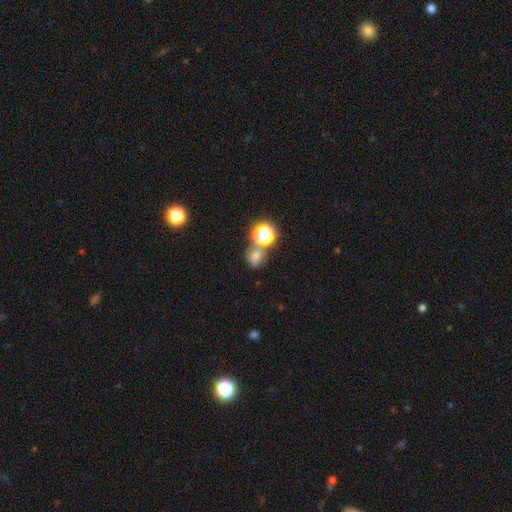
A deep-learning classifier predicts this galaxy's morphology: This appears to be a smooth galaxy with no disk features (57%) that is round (62%). Merging: none (57%).